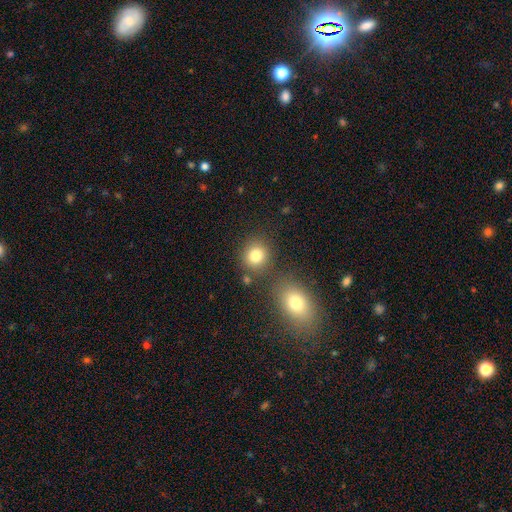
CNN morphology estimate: smooth 81%, star or artifact 12%, featured or disk 7%. Down the decision tree: how rounded — round (83%); merging — none (74%).